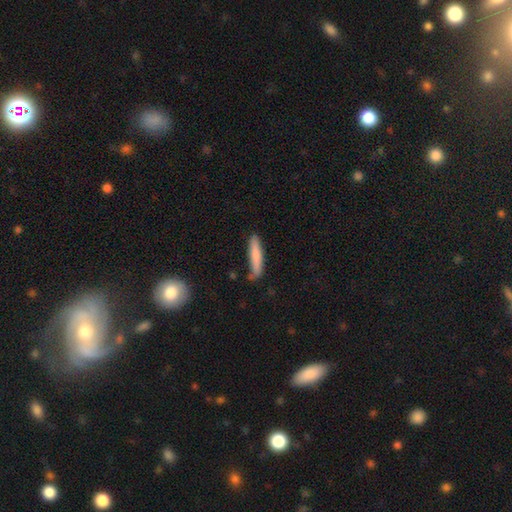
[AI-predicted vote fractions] Smooth or featured? Predicted: smooth (p=0.78). How rounded? Predicted: cigar-shaped (p=0.88). Merging? Predicted: none (p=0.71).